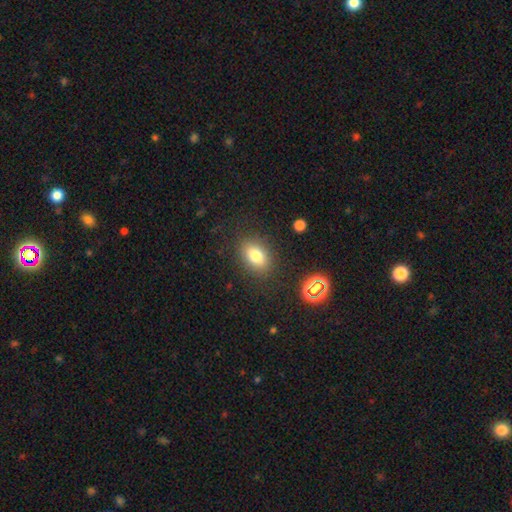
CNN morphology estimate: This is likely a smooth galaxy (78%). How rounded: likely in between (79%). Merging: clearly none (84%).